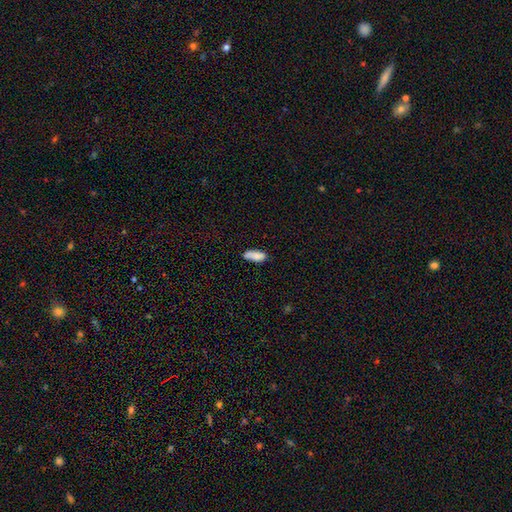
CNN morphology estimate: Smooth or featured? smooth (81%)
How rounded? in between (82%)
Merging? none (68%)